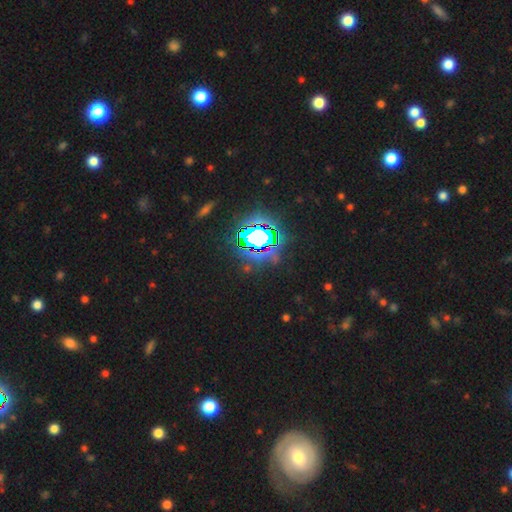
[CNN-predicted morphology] star or artifact 77%, smooth 12%, featured or disk 11%.